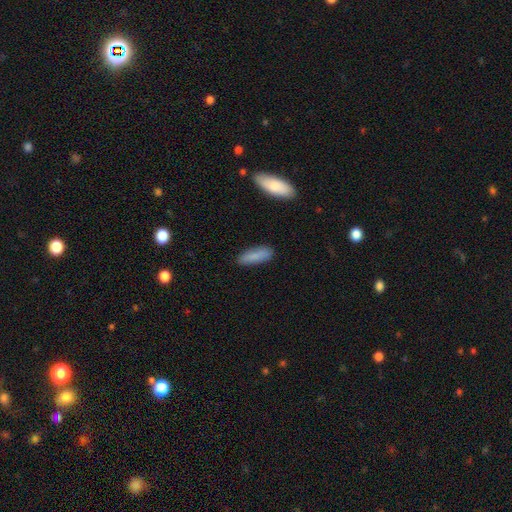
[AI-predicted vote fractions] Smooth or featured?
  - smooth: 85% *
  - featured or disk: 8%
  - star or artifact: 6%
How rounded?
  - cigar-shaped: 56% *
  - in between: 43%
  - round: 2%
Merging?
  - none: 85% *
  - minor disturbance: 10%
  - major disturbance: 2%
  - merger: 2%